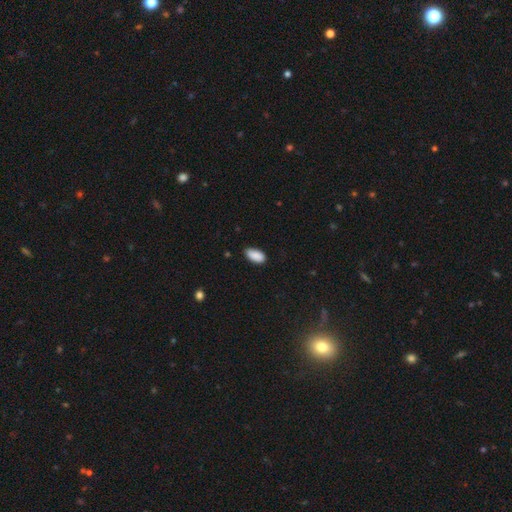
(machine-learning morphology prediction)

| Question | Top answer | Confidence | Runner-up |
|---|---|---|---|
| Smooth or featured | smooth | 89% | star or artifact (7%) |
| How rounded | in between | 93% | cigar-shaped (5%) |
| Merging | none | 79% | minor disturbance (17%) |